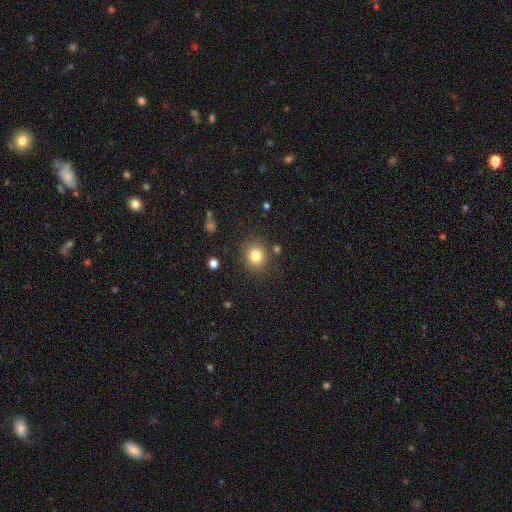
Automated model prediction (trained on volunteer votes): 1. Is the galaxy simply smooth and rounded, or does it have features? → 81% smooth, 11% star or artifact, 7% featured or disk.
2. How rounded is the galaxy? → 79% round, 20% in between, 1% cigar-shaped.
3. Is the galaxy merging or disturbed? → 84% none, 9% minor disturbance, 4% merger, 3% major disturbance.